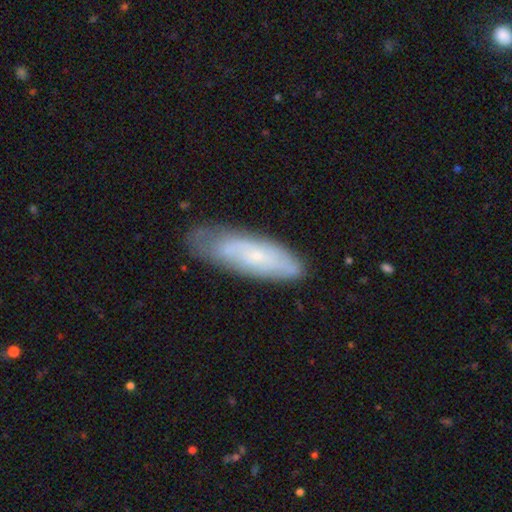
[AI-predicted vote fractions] Smooth or featured: featured or disk — 49% (smooth — 44%)
Merging: none — 64% (minor disturbance — 27%)